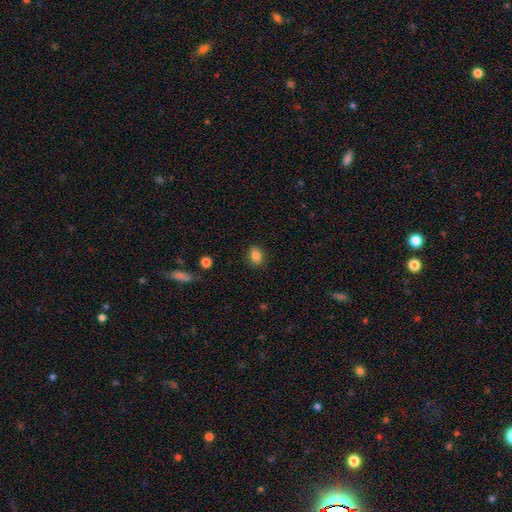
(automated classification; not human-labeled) smooth_or_featured: smooth (p=0.85) [alt: star or artifact p=0.10]
how_rounded: in between (p=0.61) [alt: round p=0.38]
merging: none (p=0.87) [alt: minor disturbance p=0.09]